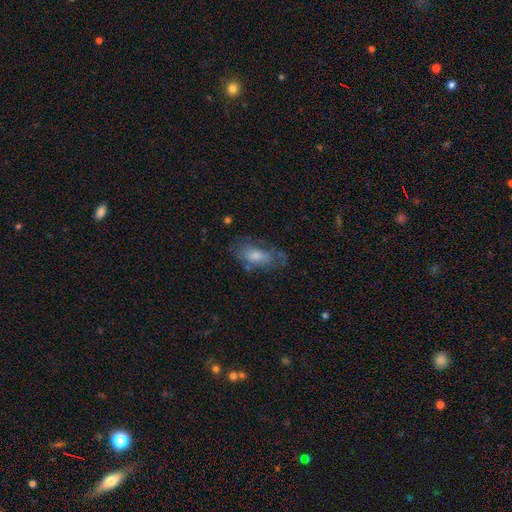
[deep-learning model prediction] smooth-or-featured: smooth: 45% | featured or disk: 44% | star or artifact: 11%
  merging: none: 59% | minor disturbance: 24% | major disturbance: 14% | merger: 3%